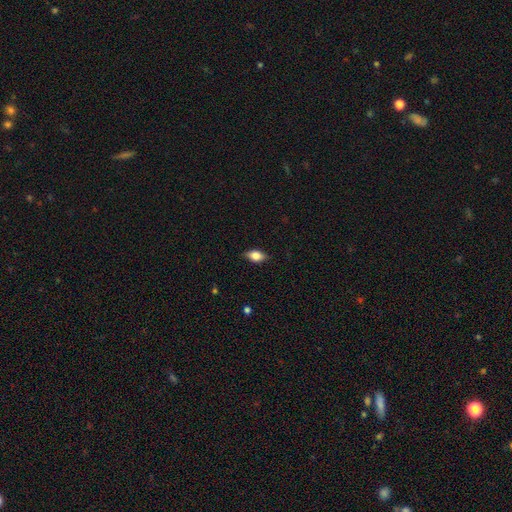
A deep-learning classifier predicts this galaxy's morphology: type=smooth (72%); roundness=in between (84%); merging=none (81%).